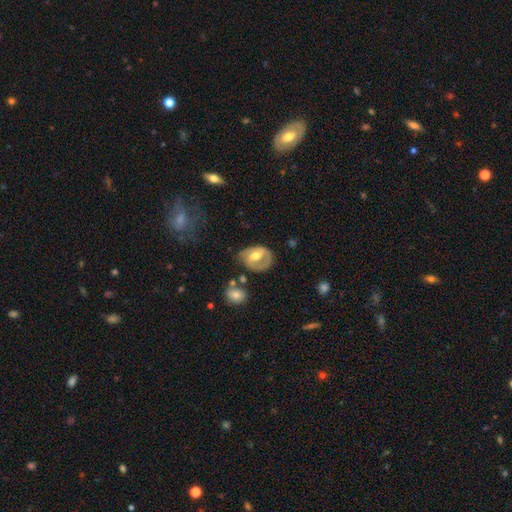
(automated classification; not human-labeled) featured or disk 58%, smooth 35%, star or artifact 7%. Down the decision tree: edge-on disk — no (95%); bar — weak (42%); spiral arms — yes (51%); bulge size — moderate (73%); merging — none (53%).